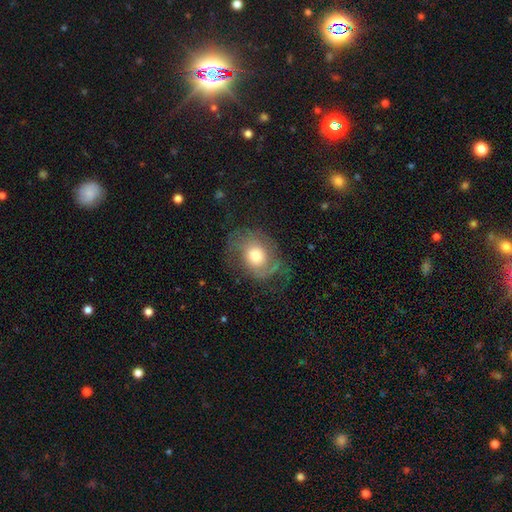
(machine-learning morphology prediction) featured or disk 50%, smooth 41%, star or artifact 8%. Down the decision tree: edge-on disk — no (97%); merging — none (51%).